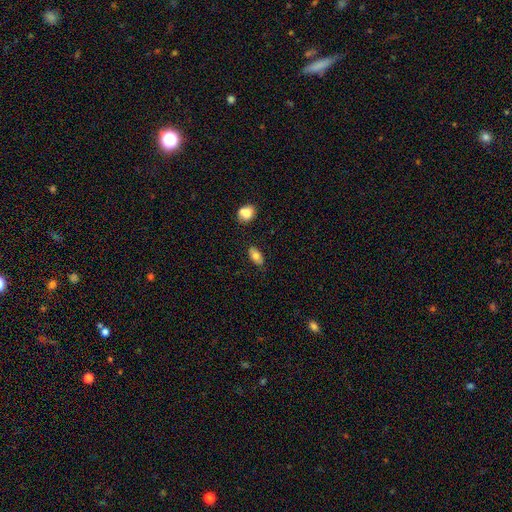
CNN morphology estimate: Q: Smooth or featured?
A: smooth (76%); runner-up: featured or disk (16%)
Q: How rounded?
A: in between (89%); runner-up: round (5%)
Q: Merging?
A: none (79%); runner-up: minor disturbance (14%)